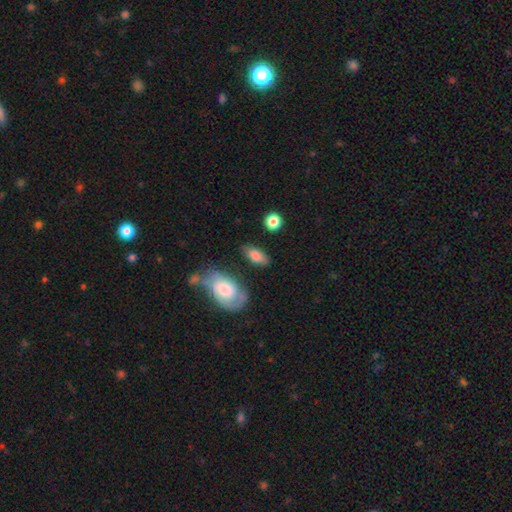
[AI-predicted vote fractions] smooth 76%, featured or disk 17%, star or artifact 7%. Down the decision tree: how rounded — in between (86%); merging — none (71%).